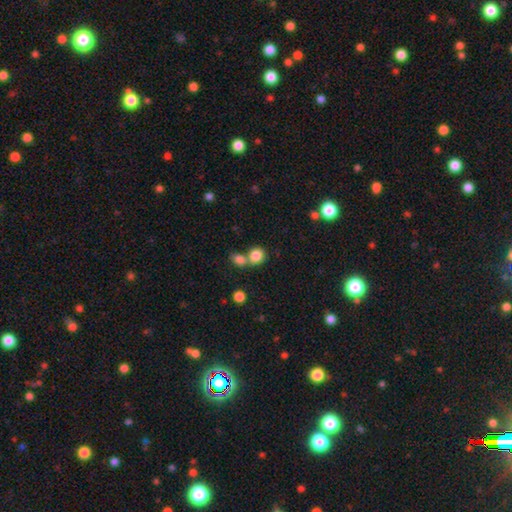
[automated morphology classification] Q: Smooth or featured?
A: smooth (84%); runner-up: star or artifact (9%)
Q: How rounded?
A: round (73%); runner-up: in between (26%)
Q: Merging?
A: merger (46%); runner-up: none (43%)